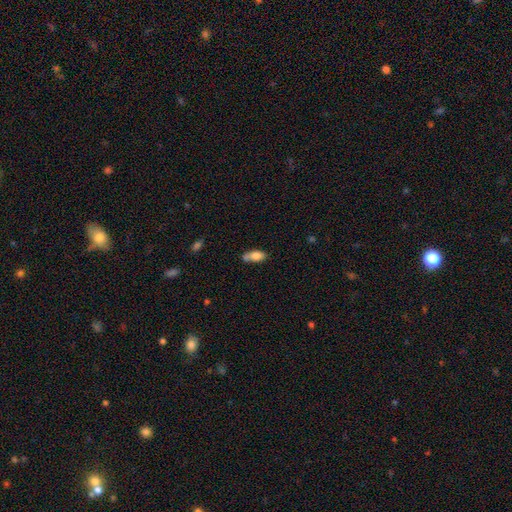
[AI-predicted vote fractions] Smooth or featured? Predicted: smooth (p=0.79). How rounded? Predicted: in between (p=0.82). Merging? Predicted: none (p=0.48).